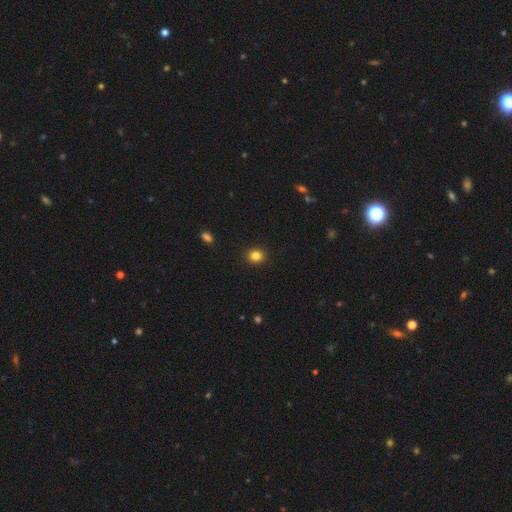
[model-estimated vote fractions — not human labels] Smooth or featured? smooth (84%)
How rounded? round (78%)
Merging? none (91%)